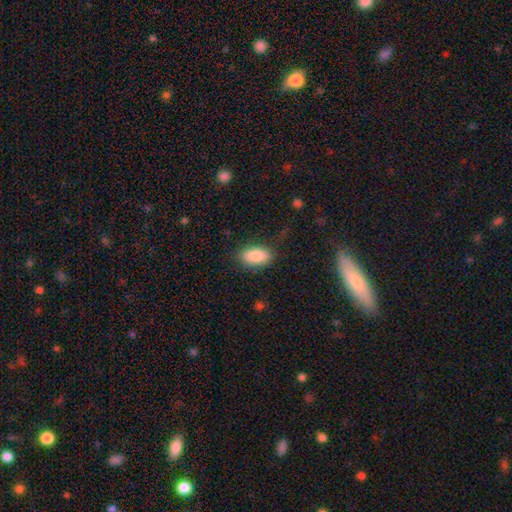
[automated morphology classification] smooth_or_featured: smooth (p=0.85) [alt: featured or disk p=0.08]
how_rounded: in between (p=0.92) [alt: round p=0.05]
merging: none (p=0.80) [alt: minor disturbance p=0.14]